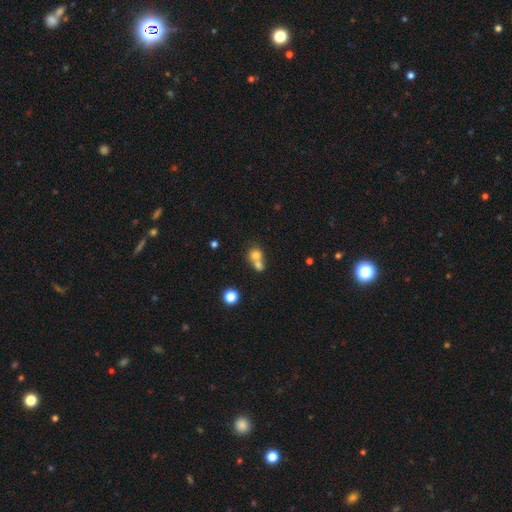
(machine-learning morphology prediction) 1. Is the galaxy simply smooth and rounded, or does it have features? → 75% smooth, 13% featured or disk, 12% star or artifact.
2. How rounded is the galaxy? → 76% round, 23% in between, 1% cigar-shaped.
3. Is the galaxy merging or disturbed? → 61% merger, 30% none, 6% minor disturbance, 3% major disturbance.